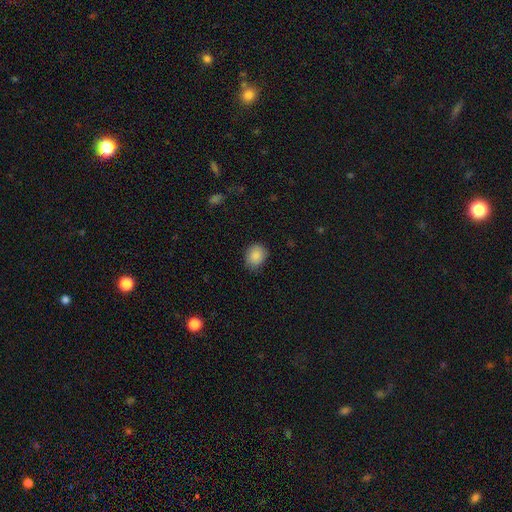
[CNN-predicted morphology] Smooth or featured? Predicted: smooth (p=0.88). How rounded? Predicted: round (p=0.57). Merging? Predicted: none (p=0.79).